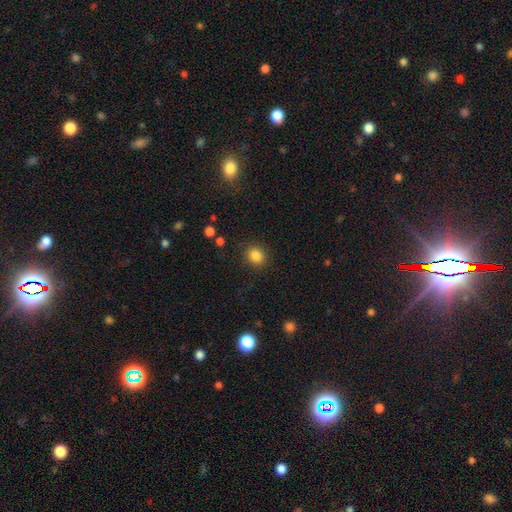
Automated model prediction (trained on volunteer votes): A smooth galaxy with no disk features (85%) that is round (76%). Merging: none (87%).